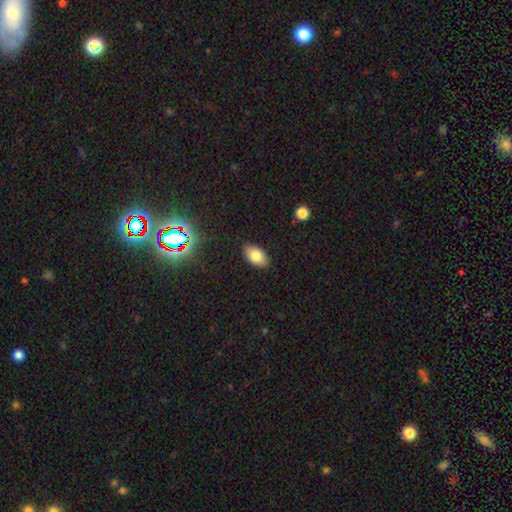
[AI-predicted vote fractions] Smooth or featured?
  - smooth: 79% *
  - featured or disk: 12%
  - star or artifact: 10%
How rounded?
  - in between: 92% *
  - round: 6%
  - cigar-shaped: 2%
Merging?
  - none: 87% *
  - minor disturbance: 10%
  - major disturbance: 2%
  - merger: 1%